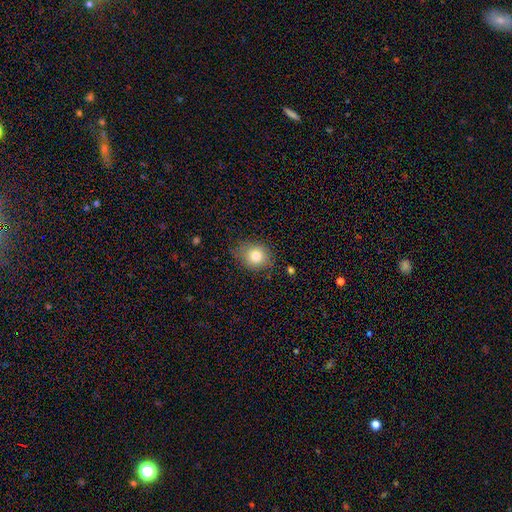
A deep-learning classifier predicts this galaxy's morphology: A smooth galaxy with no disk features (80%) that is round (61%).

Vote fractions:
- Smooth or featured? smooth: 80% / featured or disk: 10% / star or artifact: 10%
- How rounded? round: 61% / in between: 39% / cigar-shaped: 1%
- Merging? none: 72% / minor disturbance: 21% / major disturbance: 5% / merger: 2%